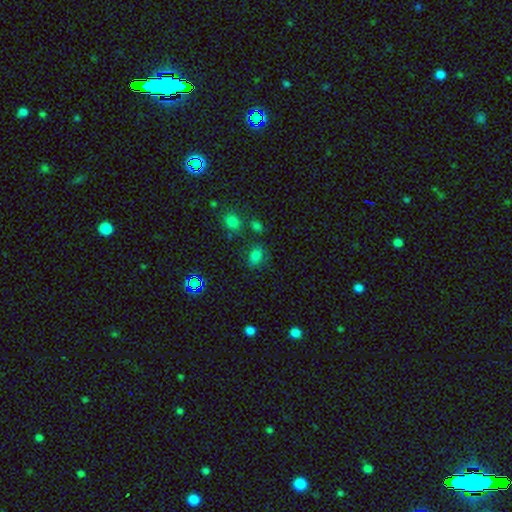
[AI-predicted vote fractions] Morphology: type=smooth (75%); roundness=in between (72%); merging=none (71%).